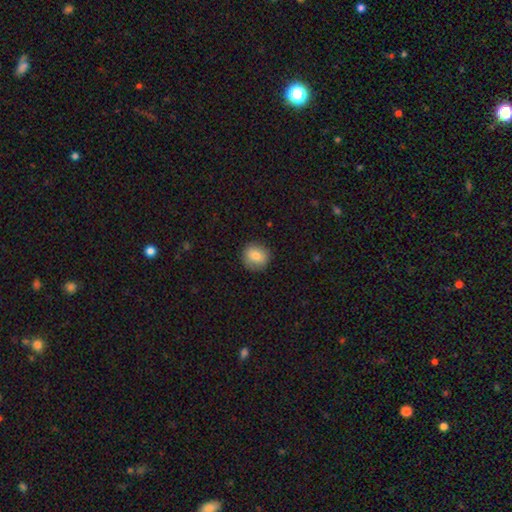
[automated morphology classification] Smooth or featured? smooth (81%)
How rounded? round (86%)
Merging? none (87%)